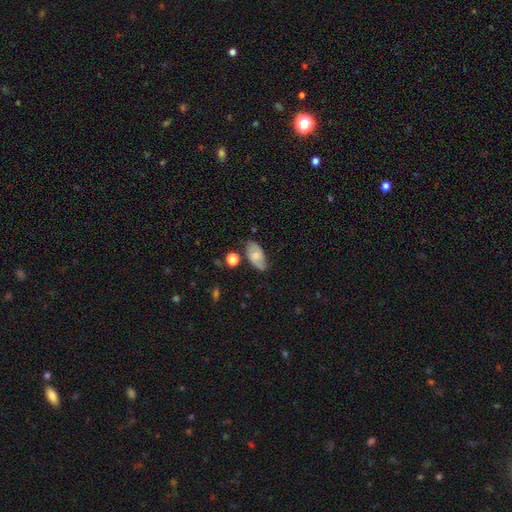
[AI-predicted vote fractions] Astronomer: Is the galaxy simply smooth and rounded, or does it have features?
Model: smooth — 51% (runner-up: featured or disk, 41%).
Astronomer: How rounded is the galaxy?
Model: in between — 91%.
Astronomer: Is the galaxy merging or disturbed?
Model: none — 68%.